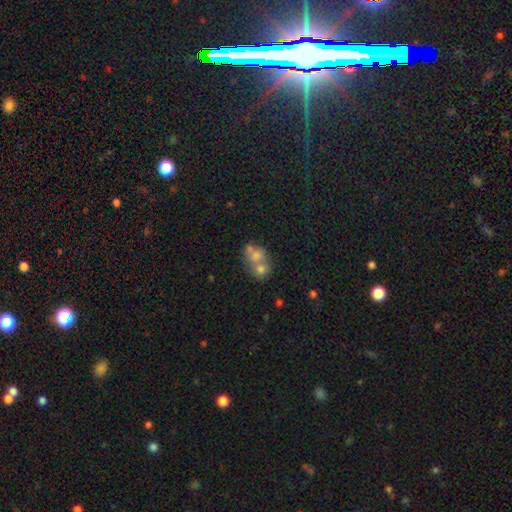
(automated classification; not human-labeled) A smooth galaxy with no disk features (60%) that is round (65%). Merging: merger (63%).